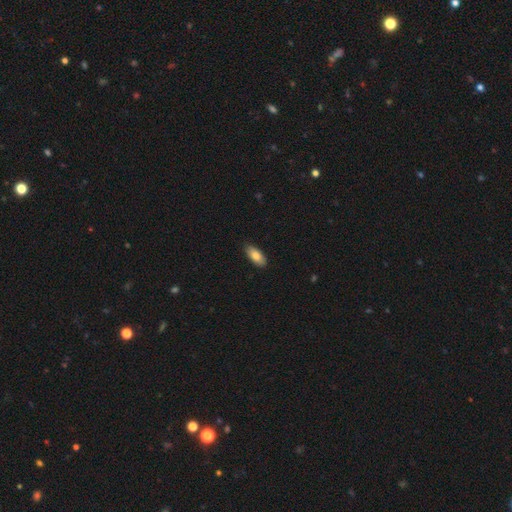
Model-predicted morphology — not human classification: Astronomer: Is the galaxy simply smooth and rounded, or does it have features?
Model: smooth — 82%.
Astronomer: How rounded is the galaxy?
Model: in between — 88%.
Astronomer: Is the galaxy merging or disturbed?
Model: none — 87%.